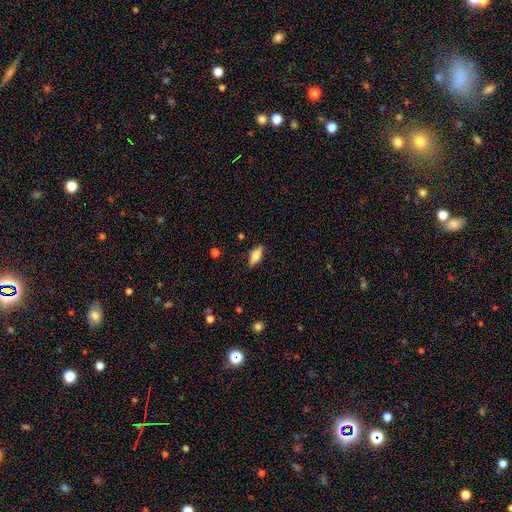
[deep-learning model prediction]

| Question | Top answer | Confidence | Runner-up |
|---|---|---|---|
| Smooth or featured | smooth | 62% | featured or disk (31%) |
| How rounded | in between | 74% | cigar-shaped (23%) |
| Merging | none | 82% | minor disturbance (14%) |